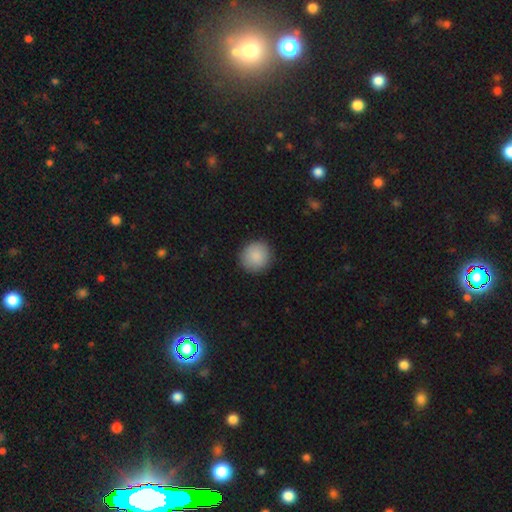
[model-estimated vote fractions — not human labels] Smooth or featured: smooth — 89% (star or artifact — 7%)
How rounded: round — 91% (in between — 8%)
Merging: none — 90% (minor disturbance — 7%)